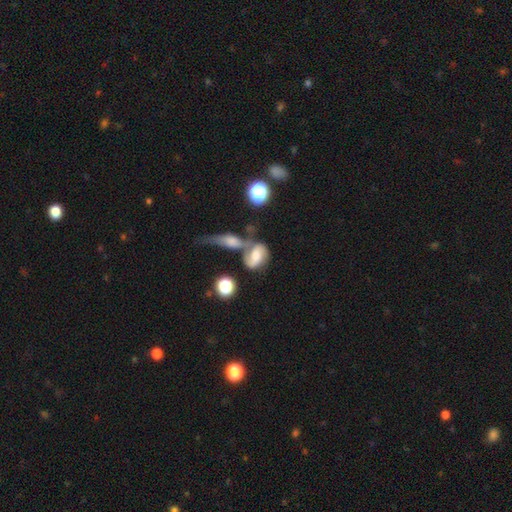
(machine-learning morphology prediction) This is possibly a featured or disk galaxy (52%). It is clearly not viewed edge-on (93%). Merging: possibly merger (51%).